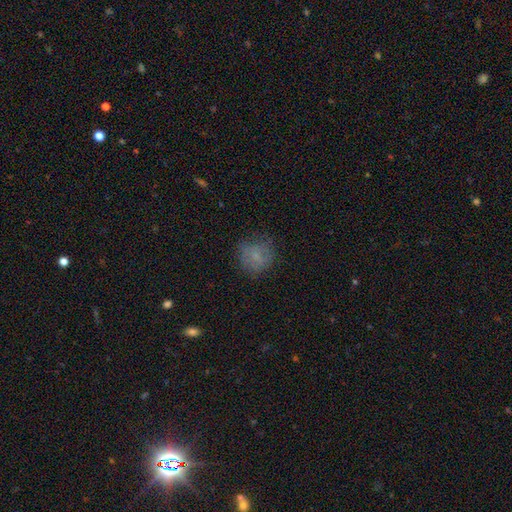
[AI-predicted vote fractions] This appears to be a smooth galaxy with no disk features (70%) that is round (84%). Merging: none (69%).